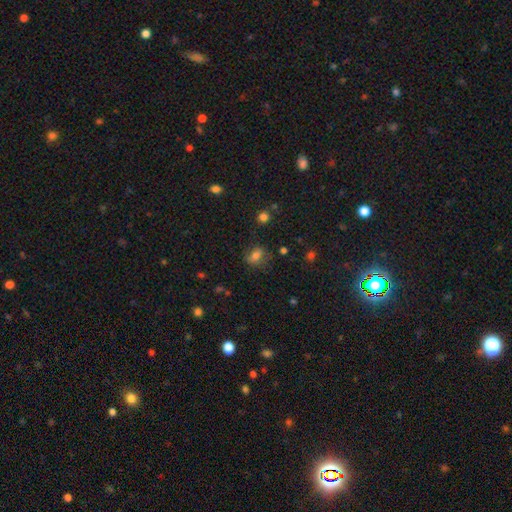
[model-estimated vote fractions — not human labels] smooth_or_featured: smooth (p=0.69) [alt: featured or disk p=0.16]
how_rounded: in between (p=0.66) [alt: round p=0.31]
merging: none (p=0.64) [alt: minor disturbance p=0.23]